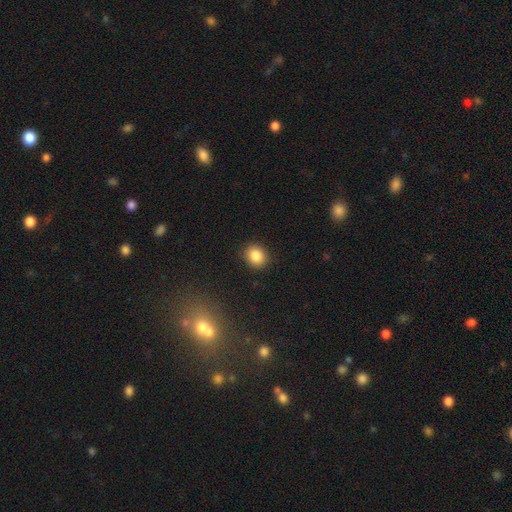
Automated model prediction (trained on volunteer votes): This appears to be a smooth galaxy with no disk features (86%) that is round (66%). Merging: none (90%).